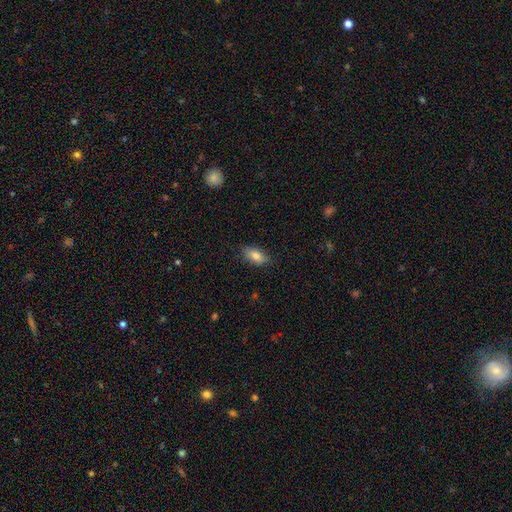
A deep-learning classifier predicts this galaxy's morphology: smooth-or-featured: smooth: 81% | featured or disk: 11% | star or artifact: 8%
  how-rounded: in between: 88% | cigar-shaped: 6% | round: 6%
  merging: none: 82% | minor disturbance: 14% | major disturbance: 3% | merger: 1%